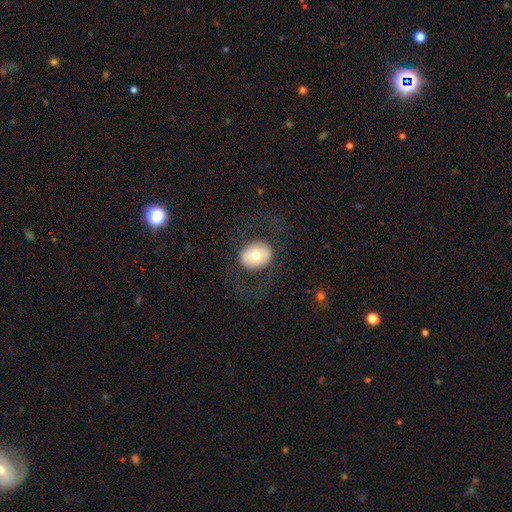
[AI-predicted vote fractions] smooth 61%, featured or disk 32%, star or artifact 7%. Down the decision tree: how rounded — round (62%); merging — none (74%).